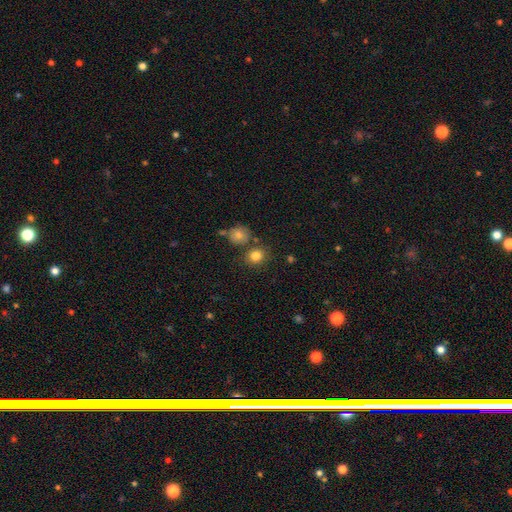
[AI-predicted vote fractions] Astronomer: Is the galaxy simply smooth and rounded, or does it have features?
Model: smooth — 82%.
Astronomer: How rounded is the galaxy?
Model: round — 79%.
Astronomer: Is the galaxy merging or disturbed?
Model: none — 73%.